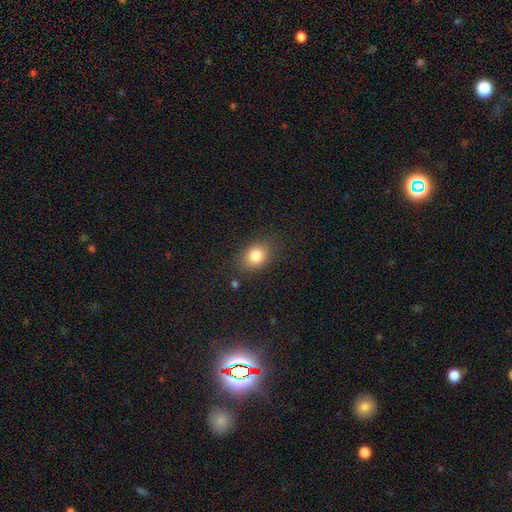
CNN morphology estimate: Q: Smooth or featured?
A: smooth (82%); runner-up: star or artifact (10%)
Q: How rounded?
A: in between (59%); runner-up: round (39%)
Q: Merging?
A: none (80%); runner-up: minor disturbance (14%)